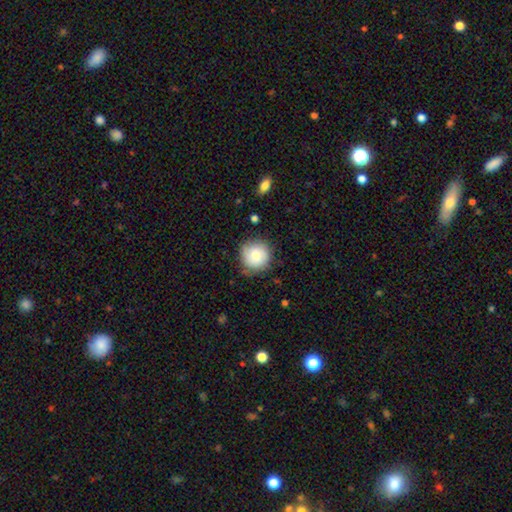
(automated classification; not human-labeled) Q: Smooth or featured?
A: smooth (73%); runner-up: featured or disk (19%)
Q: How rounded?
A: round (93%); runner-up: in between (6%)
Q: Merging?
A: none (78%); runner-up: minor disturbance (17%)